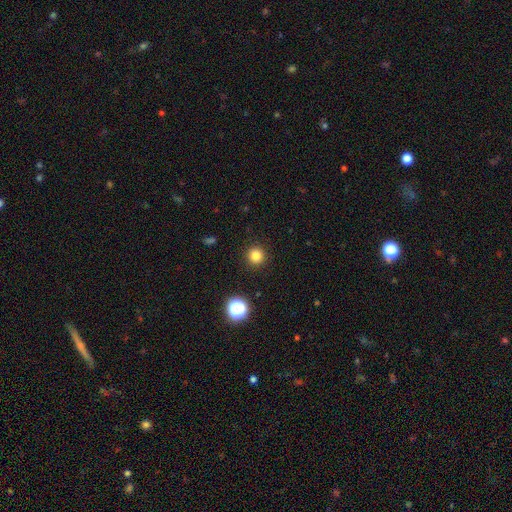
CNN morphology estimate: This appears to be a smooth galaxy with no disk features (82%) that is round (95%). Merging: none (92%).